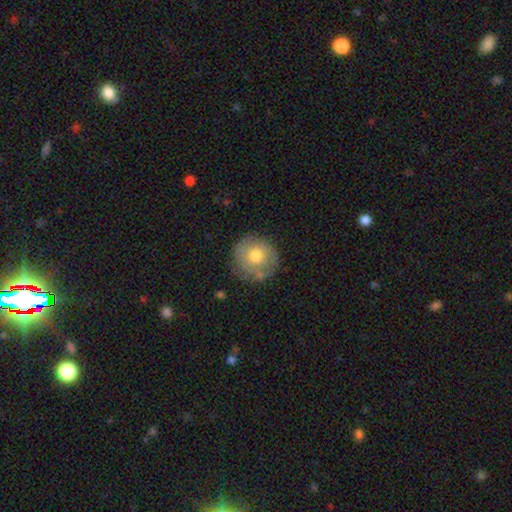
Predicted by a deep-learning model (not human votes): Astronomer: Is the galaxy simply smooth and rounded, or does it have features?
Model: smooth — 61%.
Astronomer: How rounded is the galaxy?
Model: round — 91%.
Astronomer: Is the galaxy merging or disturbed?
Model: none — 74%.